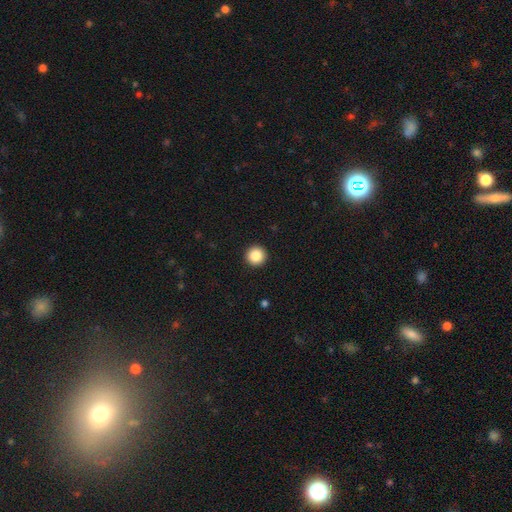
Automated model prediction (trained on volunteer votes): Smooth or featured? smooth (86%)
How rounded? round (96%)
Merging? none (94%)